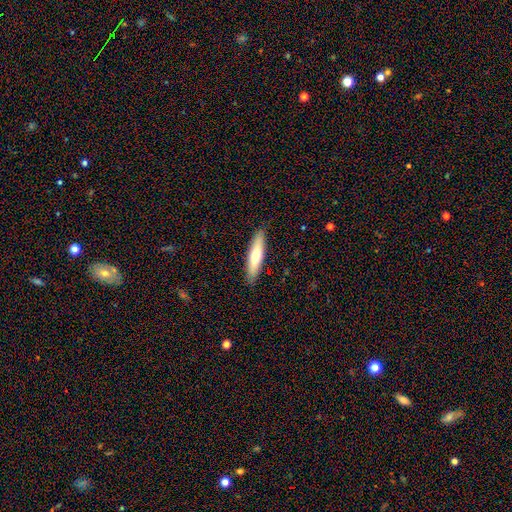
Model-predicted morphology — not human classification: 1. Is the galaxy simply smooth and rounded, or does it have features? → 61% smooth, 34% featured or disk, 6% star or artifact.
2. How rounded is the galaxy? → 75% cigar-shaped, 24% in between, 1% round.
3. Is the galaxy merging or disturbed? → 88% none, 9% minor disturbance, 2% major disturbance, 1% merger.